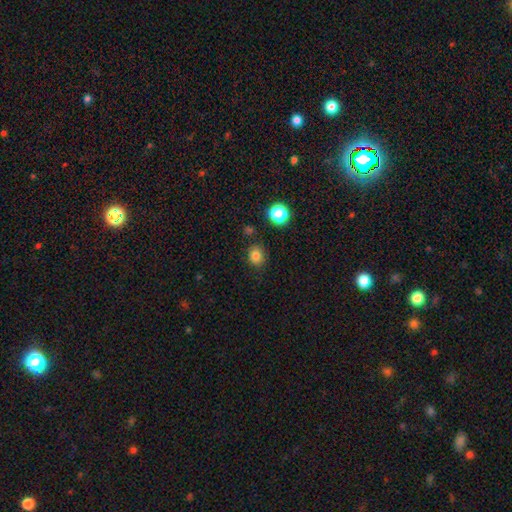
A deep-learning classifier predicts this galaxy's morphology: The model was most divided on "how rounded": round: 70%, in between: 29%, cigar-shaped: 1%. More confident: merging — none (82%); smooth or featured — smooth (80%).